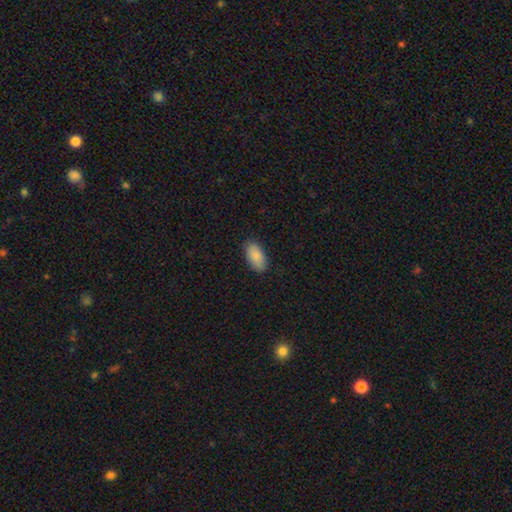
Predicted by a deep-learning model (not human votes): Morphology: type=smooth (86%); roundness=in between (94%); merging=none (87%).